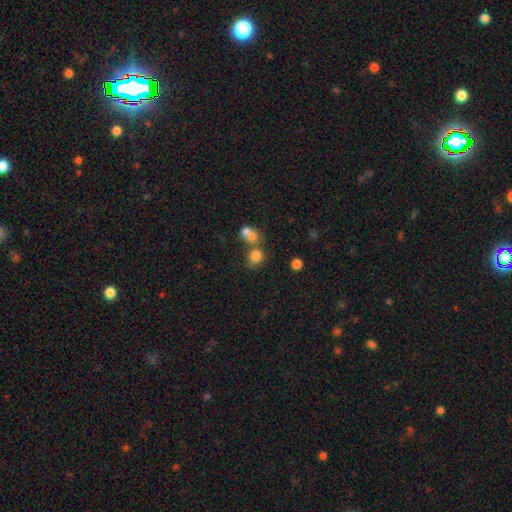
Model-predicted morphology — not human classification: A smooth galaxy with no disk features (78%) that is round (73%). Merging: merger (44%).